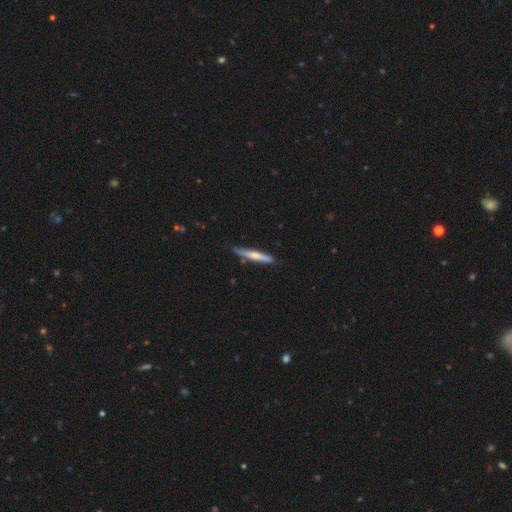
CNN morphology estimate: The model was most divided on "smooth or featured": smooth: 59%, featured or disk: 36%, star or artifact: 5%. More confident: how rounded — cigar-shaped (94%); merging — none (82%).